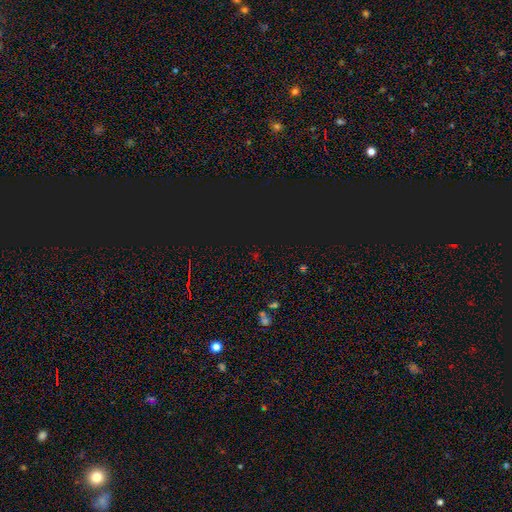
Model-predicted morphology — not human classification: Smooth or featured?
  - star or artifact: 76% *
  - smooth: 17%
  - featured or disk: 7%